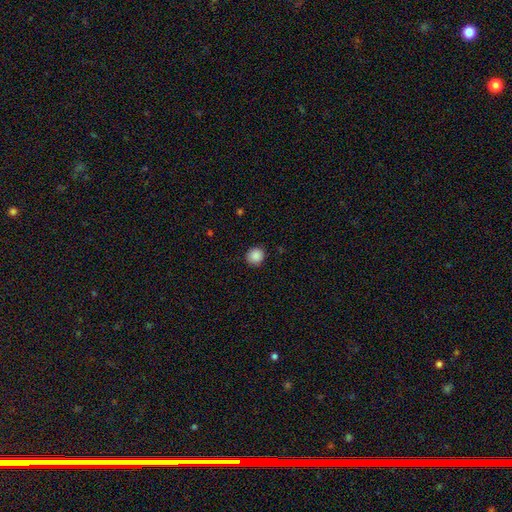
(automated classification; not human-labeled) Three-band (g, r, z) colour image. It shows a smooth galaxy with no disk features (88%) that is round (91%). Merging: none (89%).